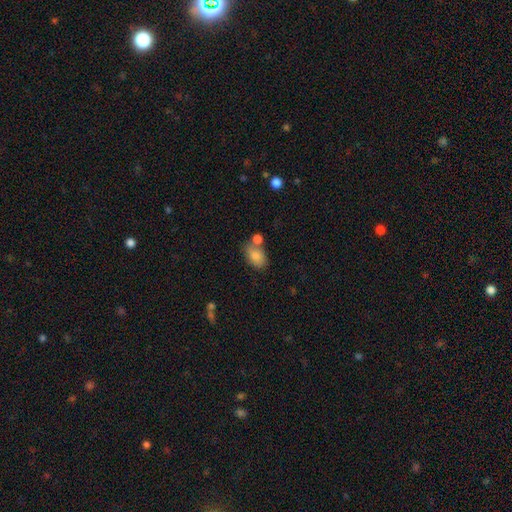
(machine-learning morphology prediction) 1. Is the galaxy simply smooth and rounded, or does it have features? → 83% smooth, 9% featured or disk, 8% star or artifact.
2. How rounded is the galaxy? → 85% in between, 14% round, 1% cigar-shaped.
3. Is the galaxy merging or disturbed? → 52% none, 26% merger, 17% minor disturbance, 6% major disturbance.